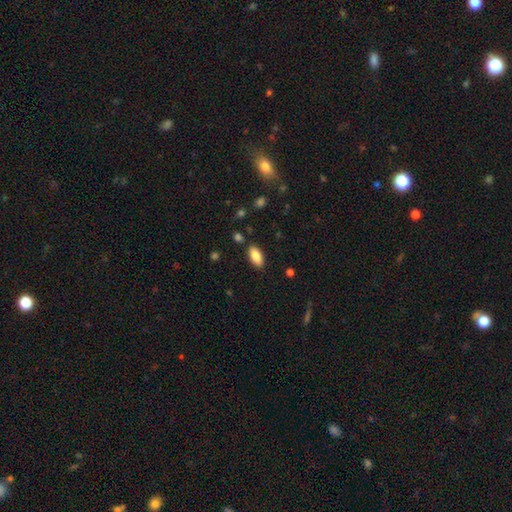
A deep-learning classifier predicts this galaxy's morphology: Smooth or featured: smooth — 86% (featured or disk — 8%)
How rounded: in between — 90% (cigar-shaped — 8%)
Merging: none — 86% (minor disturbance — 10%)